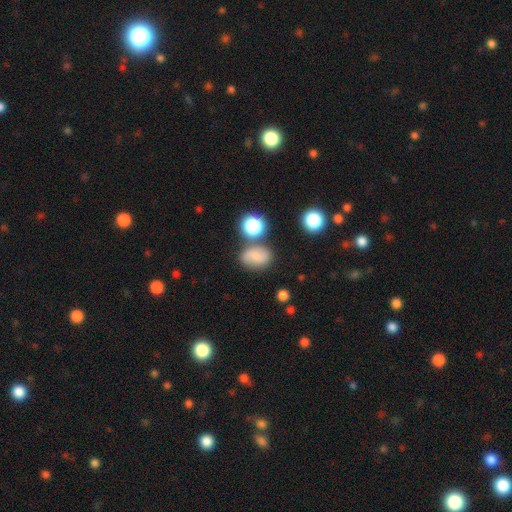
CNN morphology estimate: This appears to be a smooth galaxy with no disk features (57%) that is in between round and cigar-shaped (63%). Merging: none (64%).